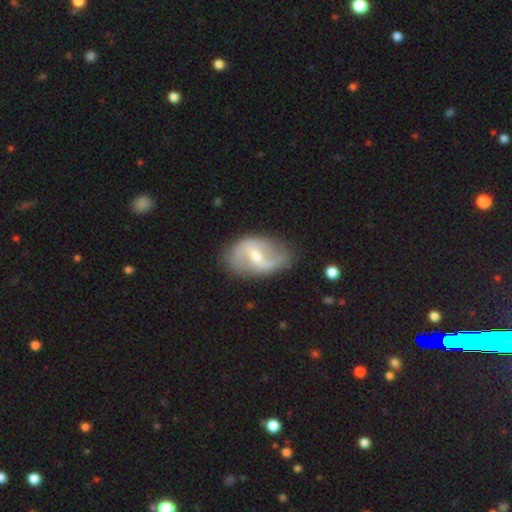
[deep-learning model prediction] Smooth or featured? Predicted: featured or disk (p=0.76). Edge-on disk? Predicted: no (p=0.96). Bar? Predicted: weak (p=0.51). Spiral arms? Predicted: yes (p=0.82). Spiral winding? Predicted: loose (p=0.56). Spiral arm count? Predicted: 2 (p=0.82). Bulge size? Predicted: moderate (p=0.53). Merging? Predicted: none (p=0.69).